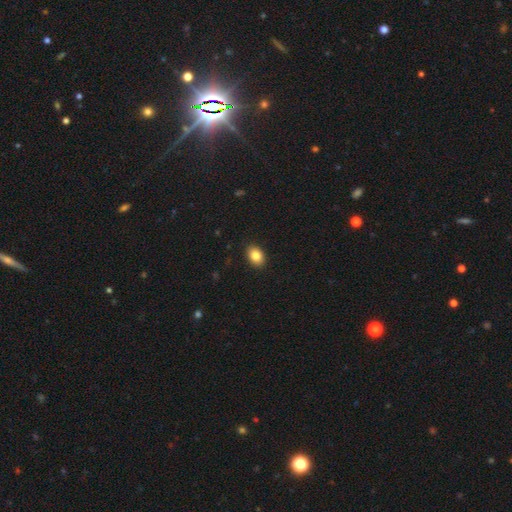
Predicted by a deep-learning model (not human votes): Smooth or featured?
  - smooth: 85% *
  - star or artifact: 9%
  - featured or disk: 7%
How rounded?
  - in between: 75% *
  - round: 24%
  - cigar-shaped: 1%
Merging?
  - none: 90% *
  - minor disturbance: 7%
  - major disturbance: 2%
  - merger: 1%